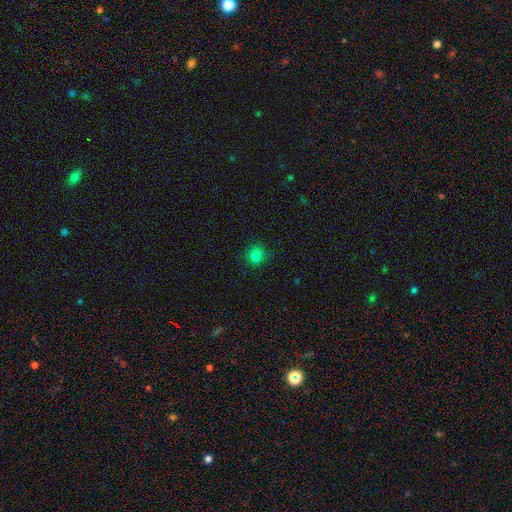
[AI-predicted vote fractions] smooth_or_featured: smooth (p=0.81) [alt: star or artifact p=0.14]
how_rounded: round (p=0.86) [alt: in between p=0.13]
merging: none (p=0.85) [alt: minor disturbance p=0.11]